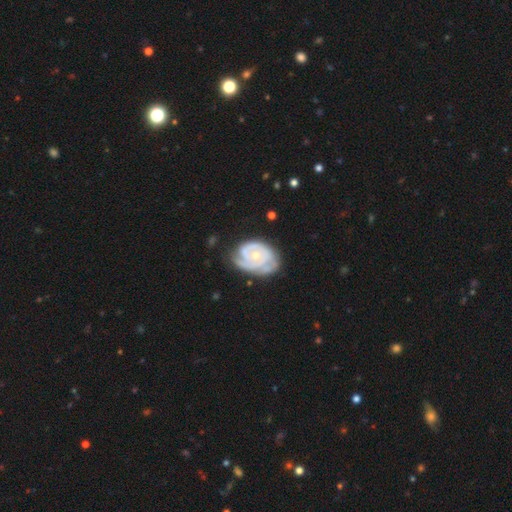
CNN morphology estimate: Q: Smooth or featured?
A: featured or disk (83%); runner-up: smooth (12%)
Q: Edge-on disk?
A: no (97%); runner-up: yes (3%)
Q: Bar?
A: no (78%); runner-up: weak (19%)
Q: Spiral arms?
A: yes (92%); runner-up: no (8%)
Q: Spiral winding?
A: tight (70%); runner-up: medium (23%)
Q: Spiral arm count?
A: 2 (33%); runner-up: can't tell (28%)
Q: Bulge size?
A: small (54%); runner-up: moderate (43%)
Q: Merging?
A: none (58%); runner-up: minor disturbance (28%)